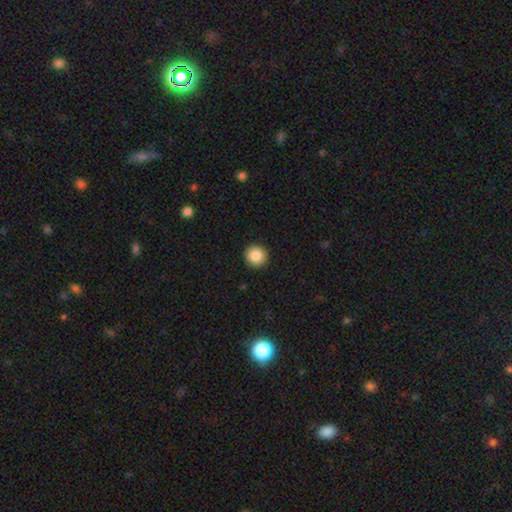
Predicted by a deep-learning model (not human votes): This is clearly a smooth galaxy (86%). How rounded: clearly round (96%). Merging: clearly none (93%).